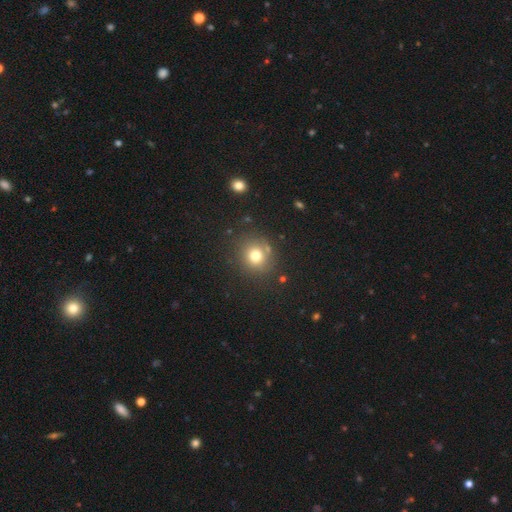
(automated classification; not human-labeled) smooth 76%, star or artifact 15%, featured or disk 9%. Down the decision tree: how rounded — round (85%); merging — none (80%).